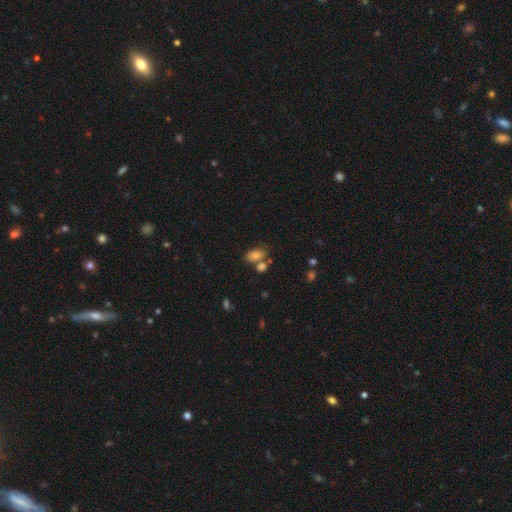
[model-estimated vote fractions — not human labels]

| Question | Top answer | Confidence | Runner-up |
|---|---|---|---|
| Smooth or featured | smooth | 79% | star or artifact (13%) |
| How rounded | in between | 88% | round (9%) |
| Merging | none | 52% | merger (29%) |